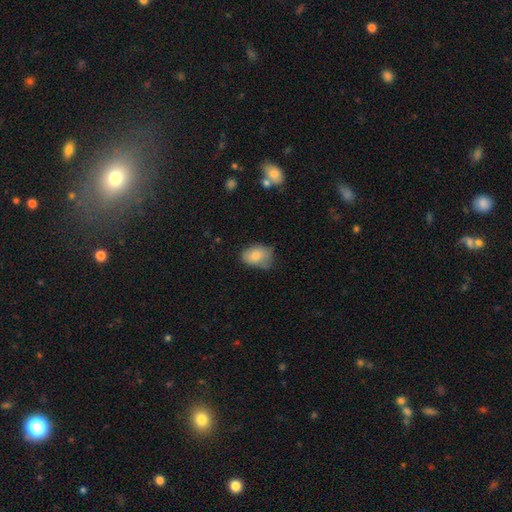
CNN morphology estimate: smooth_or_featured: smooth (p=0.80) [alt: featured or disk p=0.12]
how_rounded: in between (p=0.79) [alt: round p=0.20]
merging: none (p=0.54) [alt: minor disturbance p=0.34]